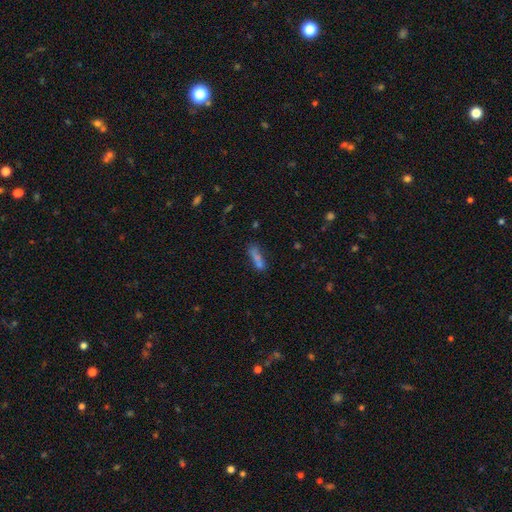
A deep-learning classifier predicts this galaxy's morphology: Q: Smooth or featured?
A: smooth (65%); runner-up: star or artifact (17%)
Q: How rounded?
A: cigar-shaped (68%); runner-up: in between (27%)
Q: Merging?
A: none (59%); runner-up: merger (18%)